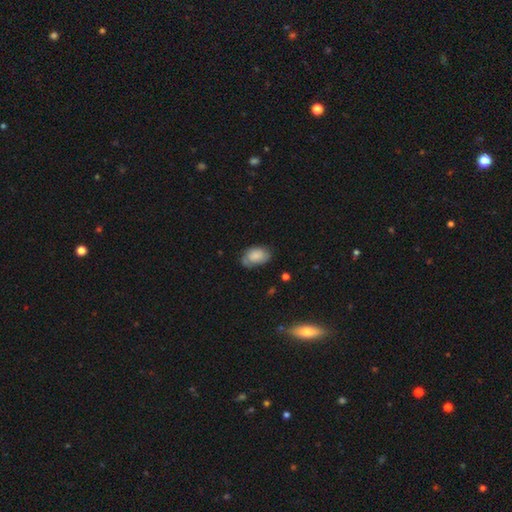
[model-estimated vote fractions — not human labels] smooth-or-featured: smooth: 76% | featured or disk: 16% | star or artifact: 8%
  how-rounded: in between: 88% | round: 10% | cigar-shaped: 1%
  merging: none: 58% | minor disturbance: 31% | major disturbance: 8% | merger: 3%